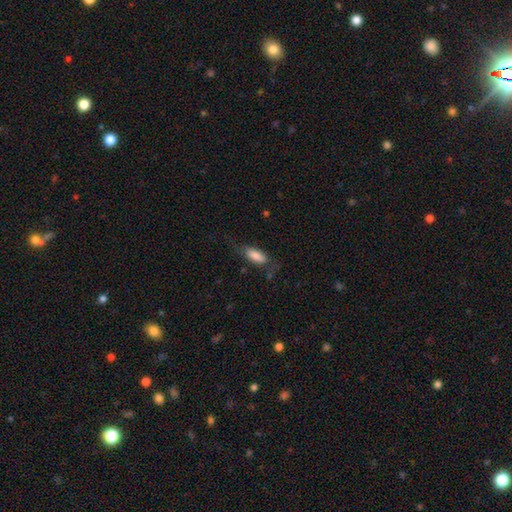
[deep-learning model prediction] Q: Smooth or featured?
A: smooth (80%); runner-up: featured or disk (14%)
Q: How rounded?
A: in between (77%); runner-up: cigar-shaped (20%)
Q: Merging?
A: none (60%); runner-up: minor disturbance (25%)